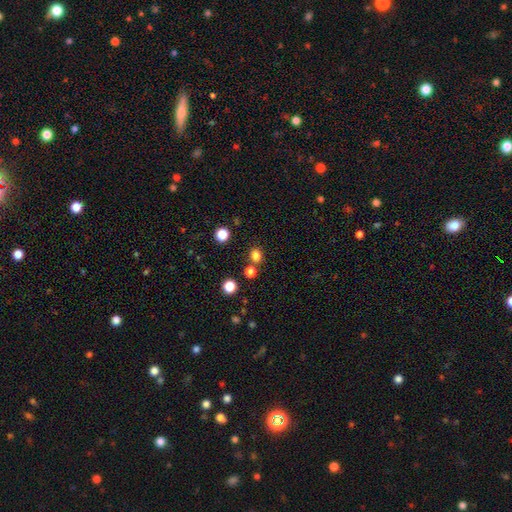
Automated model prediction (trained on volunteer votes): Overall: smooth (79%). How rounded: round (75%). Merging: none (76%).